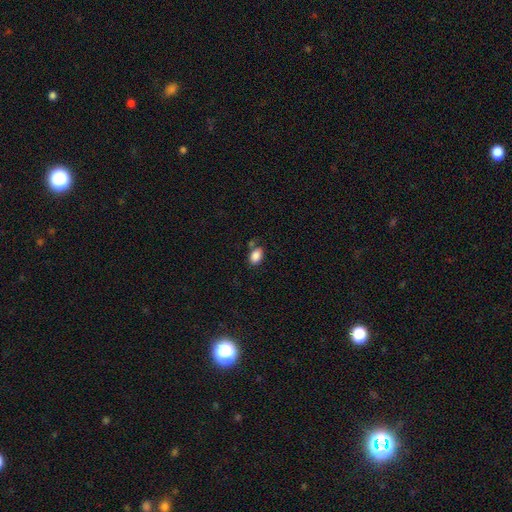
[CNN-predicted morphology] A smooth galaxy with no disk features (87%) that is in between round and cigar-shaped (86%). Merging: none (69%).